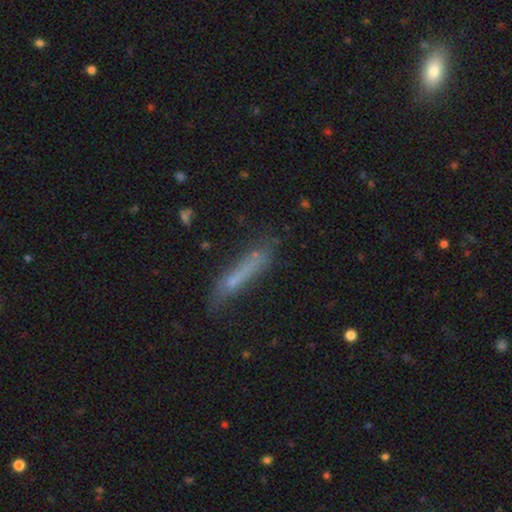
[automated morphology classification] Smooth or featured? Predicted: smooth (p=0.57). How rounded? Predicted: cigar-shaped (p=0.84). Merging? Predicted: none (p=0.60).